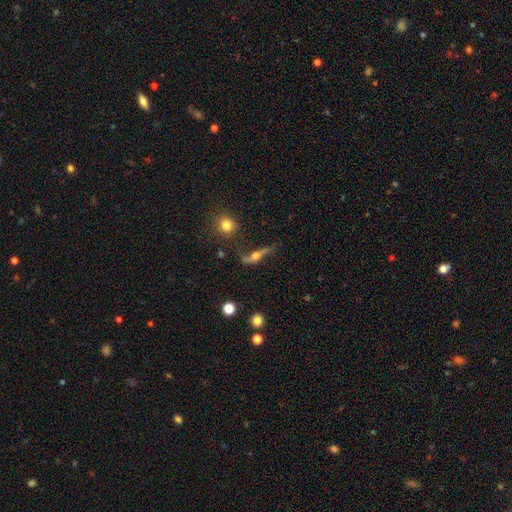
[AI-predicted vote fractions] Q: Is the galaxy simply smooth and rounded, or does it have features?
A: featured or disk — 73%.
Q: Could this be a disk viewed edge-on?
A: yes — 57%.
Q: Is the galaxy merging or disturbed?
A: none — 54%.